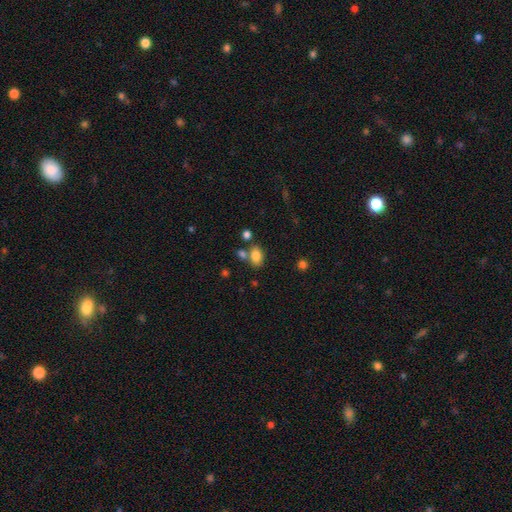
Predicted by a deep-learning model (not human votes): A smooth galaxy with no disk features (82%) that is in between round and cigar-shaped (83%).

Vote fractions:
- Smooth or featured? smooth: 82% / star or artifact: 10% / featured or disk: 8%
- How rounded? in between: 83% / round: 15% / cigar-shaped: 2%
- Merging? none: 64% / merger: 19% / minor disturbance: 13% / major disturbance: 4%